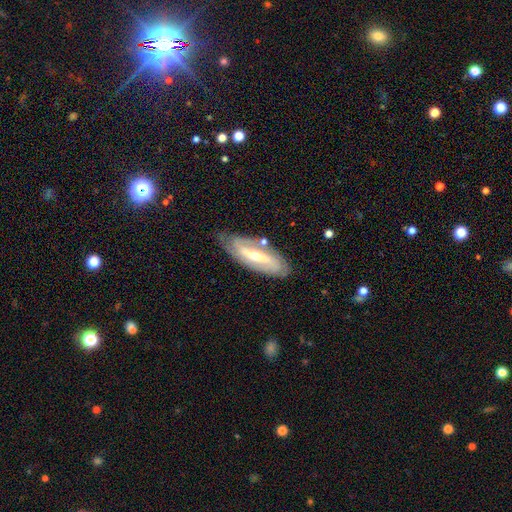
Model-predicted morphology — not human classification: smooth-or-featured: featured or disk: 78% | smooth: 17% | star or artifact: 5%
  disk-edge-on: no: 83% | yes: 17%
    bar: strong: 60% | weak: 26% | no: 14%
    has-spiral-arms: yes: 84% | no: 16%
      spiral-winding: medium: 38% | tight: 36% | loose: 26%
      spiral-arm-count: 2: 77% | can't tell: 15% | 1: 3% | 3: 3% | 4: 1% | more than 4: 1%
    bulge-size: moderate: 52% | small: 44% | large: 3% | none: 1% | dominant: 1%
  merging: none: 74% | minor disturbance: 18% | major disturbance: 5% | merger: 3%